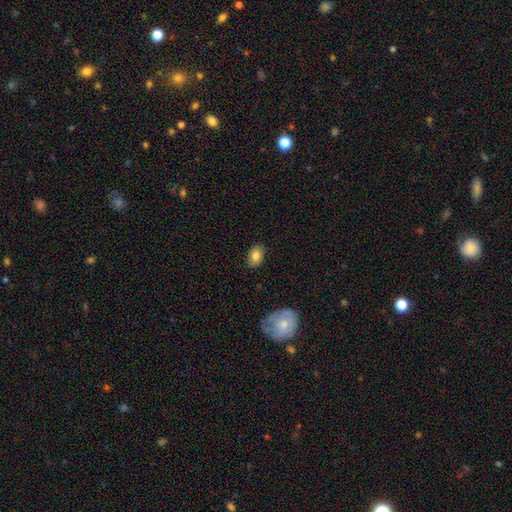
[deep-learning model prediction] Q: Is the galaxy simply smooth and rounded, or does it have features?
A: smooth — 80%.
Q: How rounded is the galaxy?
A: in between — 87%.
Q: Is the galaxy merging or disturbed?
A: none — 86%.